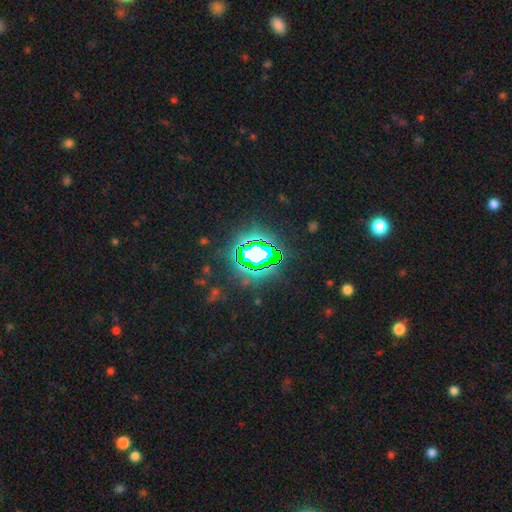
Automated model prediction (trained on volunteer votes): Smooth or featured?
  - star or artifact: 77% *
  - smooth: 13%
  - featured or disk: 10%